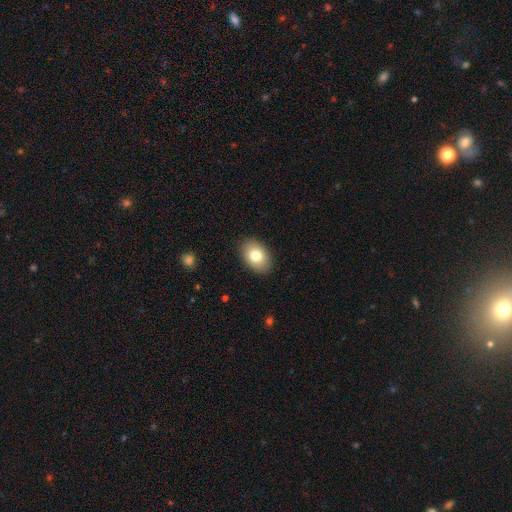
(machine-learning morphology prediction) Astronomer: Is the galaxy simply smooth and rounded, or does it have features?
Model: smooth — 79%.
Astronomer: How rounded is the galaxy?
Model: in between — 84%.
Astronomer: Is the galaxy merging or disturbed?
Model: none — 88%.